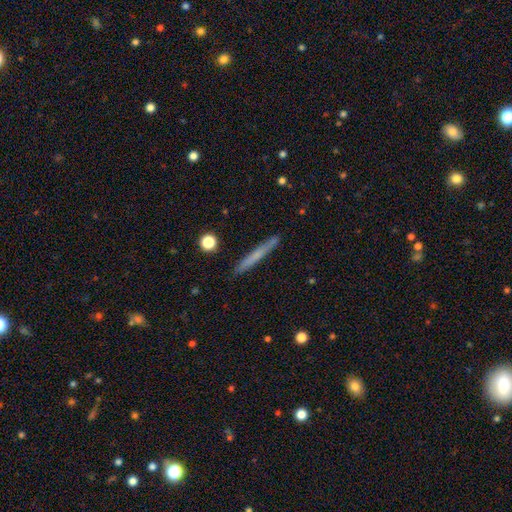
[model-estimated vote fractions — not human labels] smooth-or-featured: smooth: 58% | featured or disk: 36% | star or artifact: 7%
  how-rounded: cigar-shaped: 96% | in between: 2% | round: 2%
  merging: none: 90% | minor disturbance: 7% | major disturbance: 1% | merger: 1%